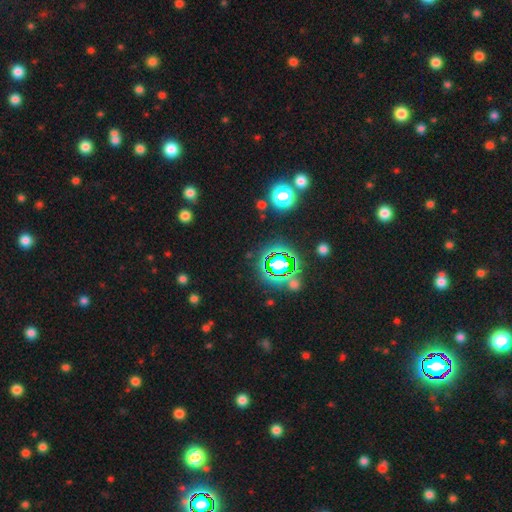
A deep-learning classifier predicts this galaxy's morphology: Smooth or featured? Predicted: star or artifact (p=0.78).